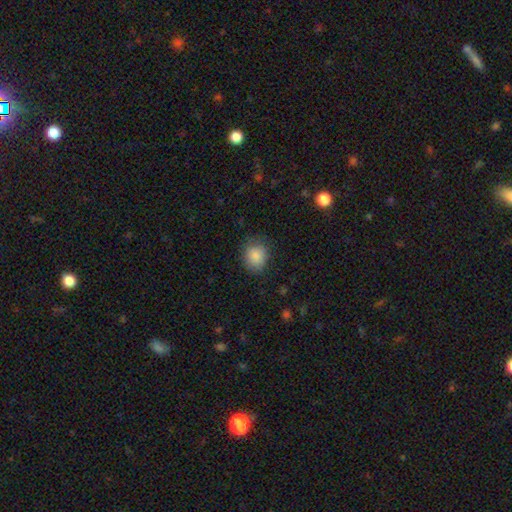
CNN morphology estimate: Smooth or featured? Predicted: smooth (p=0.86). How rounded? Predicted: round (p=0.68). Merging? Predicted: none (p=0.78).